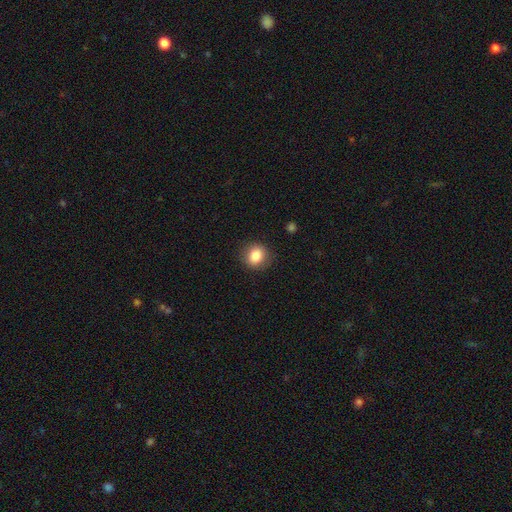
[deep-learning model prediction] Q: Smooth or featured?
A: smooth (84%); runner-up: star or artifact (9%)
Q: How rounded?
A: round (74%); runner-up: in between (25%)
Q: Merging?
A: none (87%); runner-up: minor disturbance (9%)